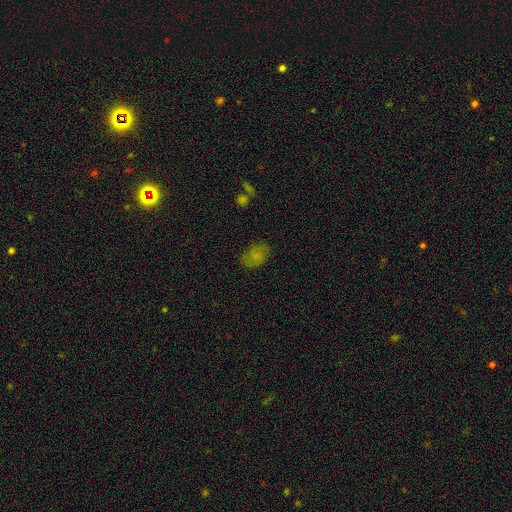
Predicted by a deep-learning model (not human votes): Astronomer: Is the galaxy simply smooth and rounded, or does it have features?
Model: smooth — 74%.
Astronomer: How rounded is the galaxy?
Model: in between — 85%.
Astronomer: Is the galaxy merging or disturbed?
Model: none — 75%.